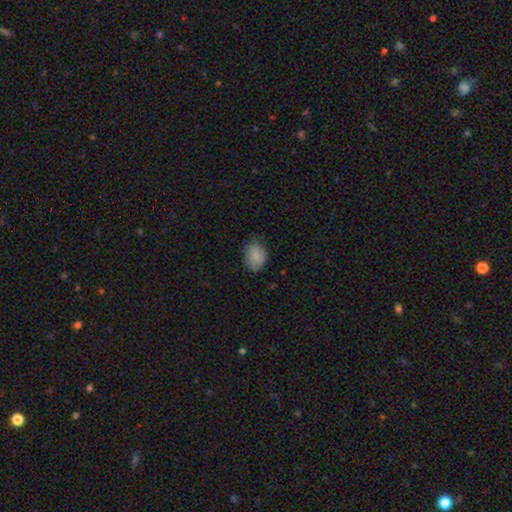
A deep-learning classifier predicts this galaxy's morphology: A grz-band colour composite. It shows a smooth galaxy with no disk features (83%) that is in between round and cigar-shaped (75%). Merging: none (73%).